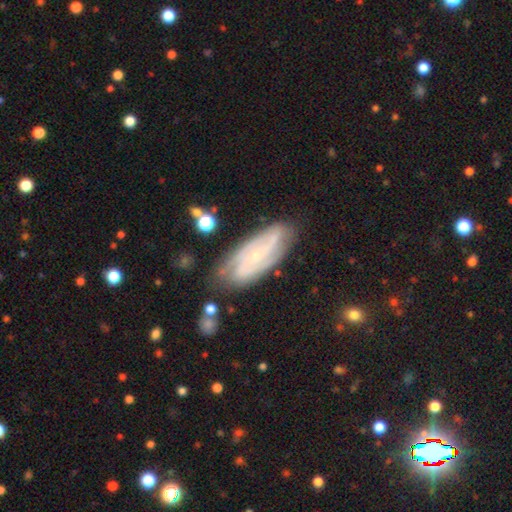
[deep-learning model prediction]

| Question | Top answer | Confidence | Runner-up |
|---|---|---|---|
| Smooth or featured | featured or disk | 80% | smooth (13%) |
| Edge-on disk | no | 91% | yes (9%) |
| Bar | no | 55% | weak (34%) |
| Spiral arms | yes | 94% | no (6%) |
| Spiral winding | tight | 57% | medium (34%) |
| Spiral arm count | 2 | 37% | can't tell (28%) |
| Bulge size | small | 76% | moderate (19%) |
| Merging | none | 73% | minor disturbance (20%) |